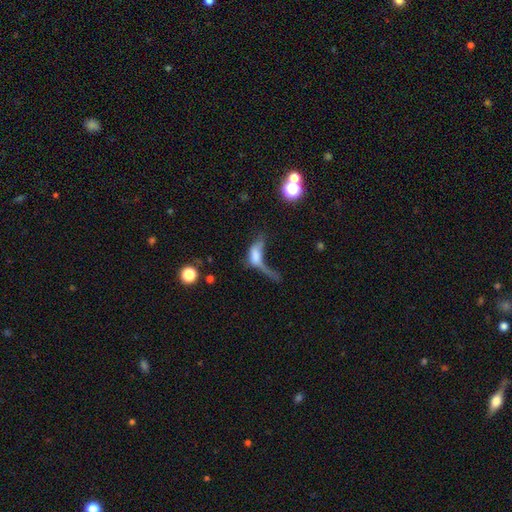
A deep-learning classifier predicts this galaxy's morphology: smooth 50%, featured or disk 37%, star or artifact 13%. Down the decision tree: how rounded — in between (73%); merging — major disturbance (53%).